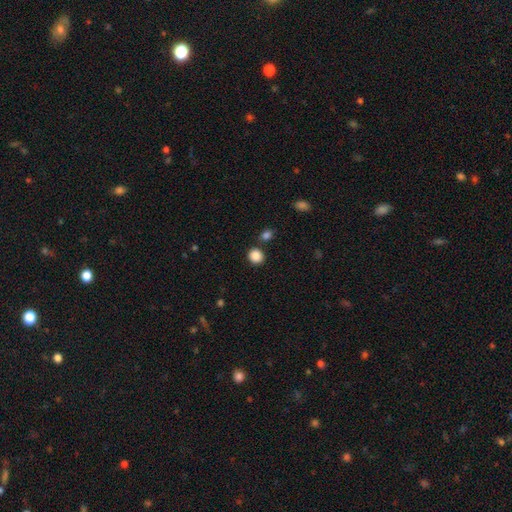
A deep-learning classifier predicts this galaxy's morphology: Overall: smooth (88%). How rounded: round (82%). Merging: none (82%).